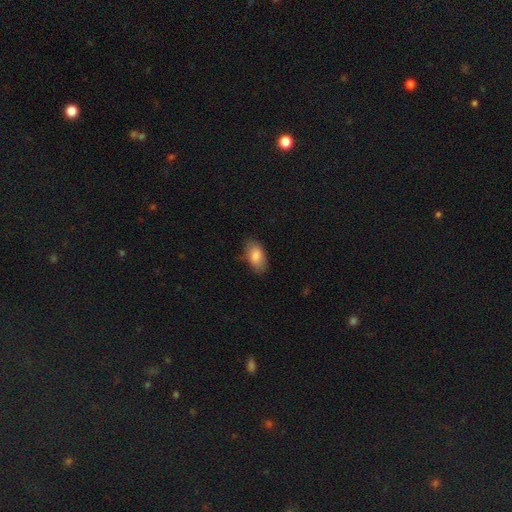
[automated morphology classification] Smooth or featured?
  - smooth: 83% *
  - featured or disk: 10%
  - star or artifact: 7%
How rounded?
  - in between: 92% *
  - round: 5%
  - cigar-shaped: 3%
Merging?
  - none: 76% *
  - minor disturbance: 19%
  - major disturbance: 4%
  - merger: 1%